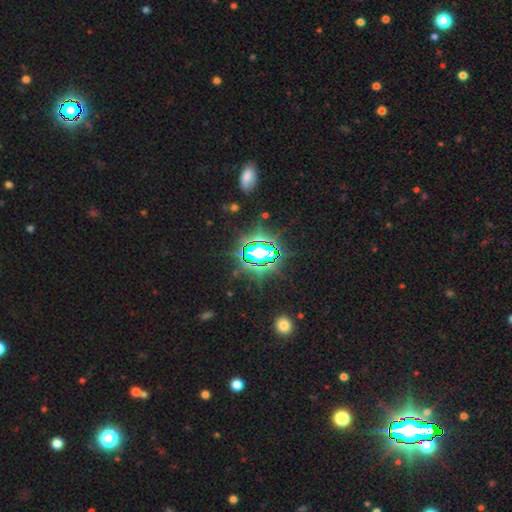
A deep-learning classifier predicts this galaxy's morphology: star or artifact 79%, smooth 11%, featured or disk 9%.